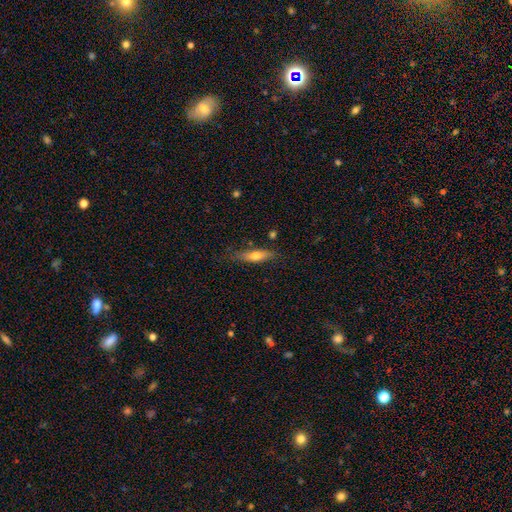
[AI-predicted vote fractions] Smooth or featured? smooth (63%)
How rounded? cigar-shaped (59%)
Merging? none (73%)